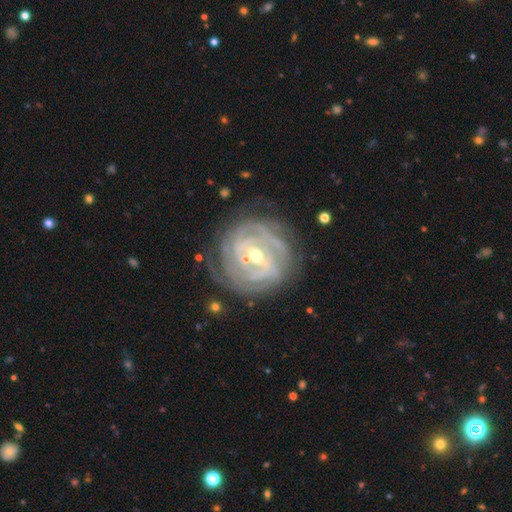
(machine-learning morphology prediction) type=featured or disk (88%); edge-on=no (96%); bar=weak (41%); spiral arms=yes (94%); winding=tight (78%); arm count=can't tell (34%); bulge=moderate (49%); merging=none (73%).